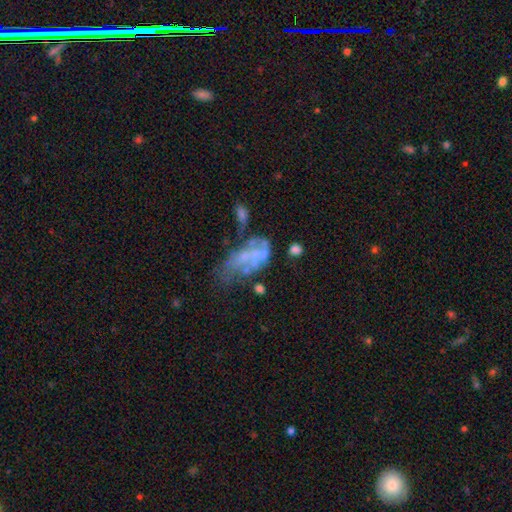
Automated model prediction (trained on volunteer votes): Smooth or featured? featured or disk (57%)
Edge-on disk? no (97%)
Bar? no (87%)
Spiral arms? no (86%)
Bulge size? none (68%)
Merging? major disturbance (36%)